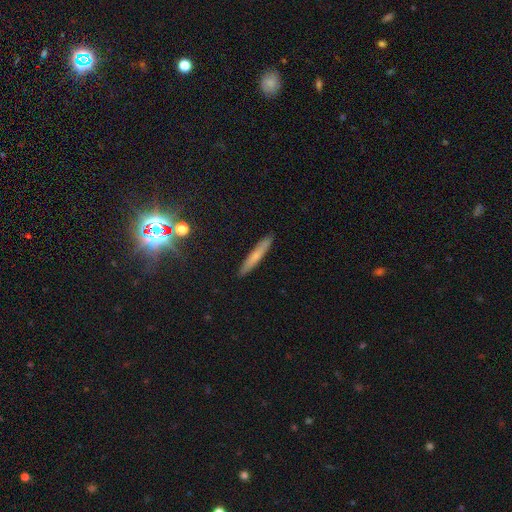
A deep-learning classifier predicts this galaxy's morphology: A smooth galaxy with no disk features (61%) that is cigar-shaped (94%).

Vote fractions:
- Smooth or featured? smooth: 61% / featured or disk: 30% / star or artifact: 9%
- How rounded? cigar-shaped: 94% / in between: 5% / round: 2%
- Merging? none: 90% / minor disturbance: 7% / major disturbance: 2% / merger: 1%